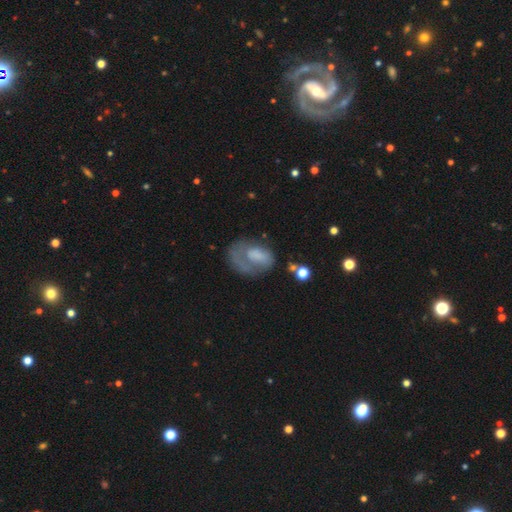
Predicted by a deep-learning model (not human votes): smooth_or_featured: smooth (p=0.46) [alt: featured or disk p=0.44]
merging: none (p=0.37) [alt: major disturbance p=0.36]